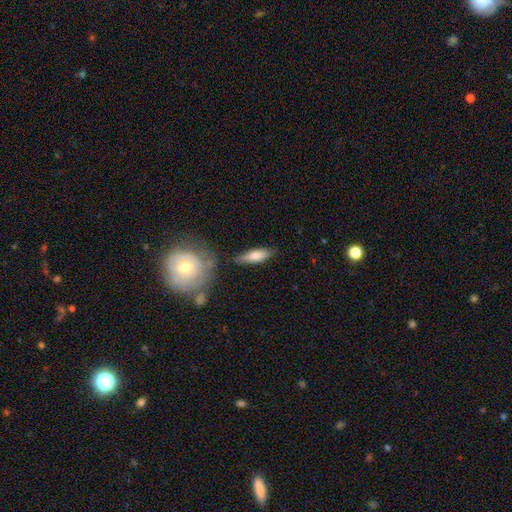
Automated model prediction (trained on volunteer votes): A smooth galaxy with no disk features (71%) that is cigar-shaped (55%).

Vote fractions:
- Smooth or featured? smooth: 71% / featured or disk: 23% / star or artifact: 6%
- How rounded? cigar-shaped: 55% / in between: 42% / round: 3%
- Merging? none: 73% / minor disturbance: 16% / merger: 6% / major disturbance: 5%